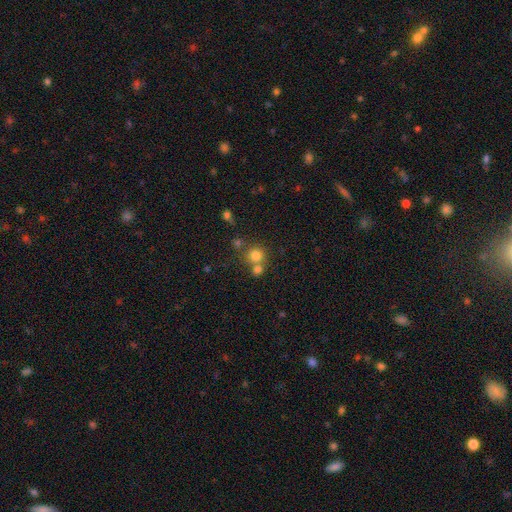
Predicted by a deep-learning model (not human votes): This appears to be a smooth galaxy with no disk features (76%) that is round (90%). Merging: none (56%).